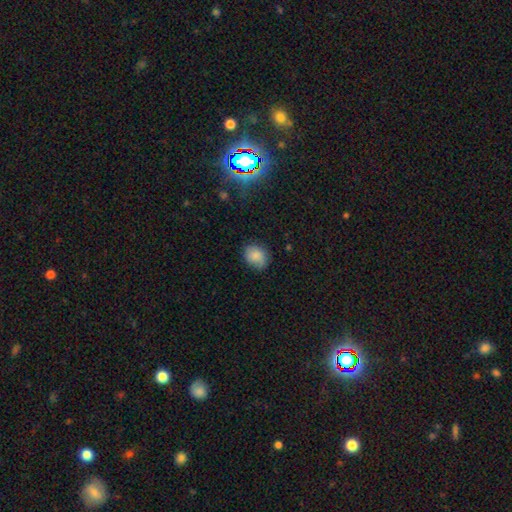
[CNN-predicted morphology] smooth 84%, star or artifact 8%, featured or disk 8%. Down the decision tree: how rounded — in between (51%); merging — none (73%).